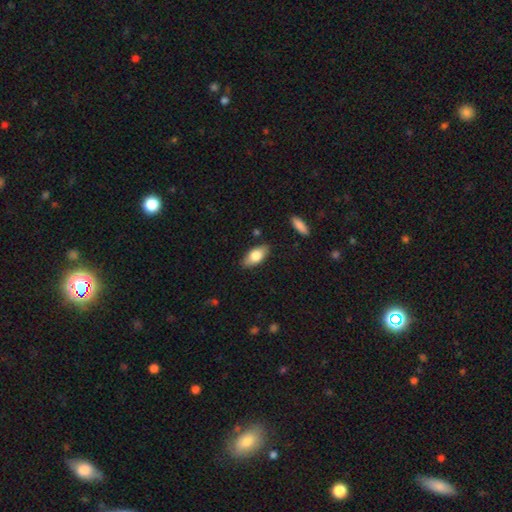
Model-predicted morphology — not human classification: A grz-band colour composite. It shows a smooth galaxy with no disk features (73%) that is in between round and cigar-shaped (86%). Merging: none (84%).